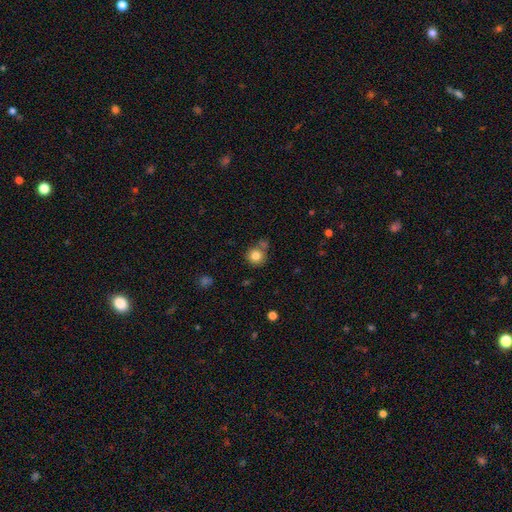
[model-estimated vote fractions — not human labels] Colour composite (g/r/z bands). It shows a smooth galaxy with no disk features (81%) that is round (91%). Merging: none (70%).